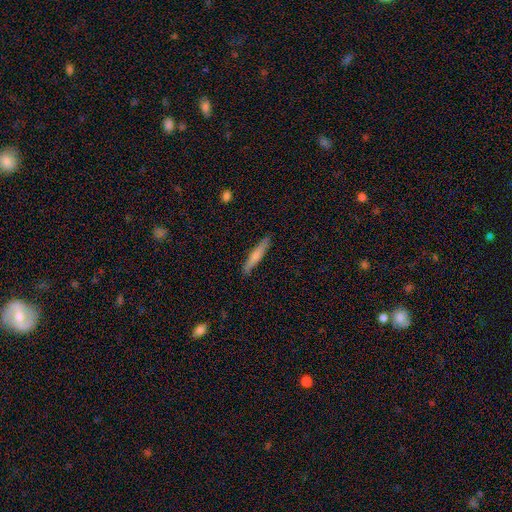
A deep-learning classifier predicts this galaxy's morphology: Overall: smooth (66%; featured or disk 28%). How rounded: cigar-shaped (93%). Merging: none (89%).